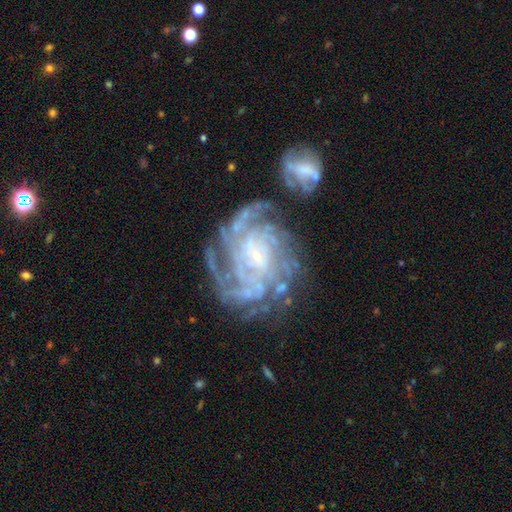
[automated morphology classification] A featured or disk galaxy (88%) with no bar (63%), 4 (25%, tied with can't tell) tight (68%) spiral arms (96%) and a small central bulge (84%).

Vote fractions:
- Smooth or featured? featured or disk: 88% / star or artifact: 7% / smooth: 5%
- Edge-on disk? no: 97% / yes: 3%
- Bar? no: 63% / weak: 27% / strong: 10%
- Spiral arms? yes: 96% / no: 4%
- Spiral winding? tight: 68% / medium: 26% / loose: 6%
- Spiral arm count? 4: 25% (tied) / can't tell: 25% (tied) / more than 4: 23% / 3: 12% / 2: 8% / 1: 6%
- Bulge size? small: 84% / moderate: 9% / none: 5% / large: 1% / dominant: 1%
- Merging? none: 53% / minor disturbance: 20% / major disturbance: 14% / merger: 14%